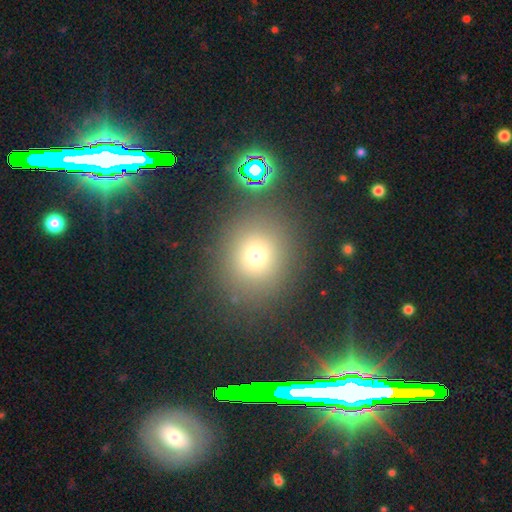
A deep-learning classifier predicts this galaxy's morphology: smooth_or_featured: smooth (p=0.68) [alt: star or artifact p=0.23]
how_rounded: round (p=0.83) [alt: in between p=0.16]
merging: none (p=0.84) [alt: minor disturbance p=0.08]